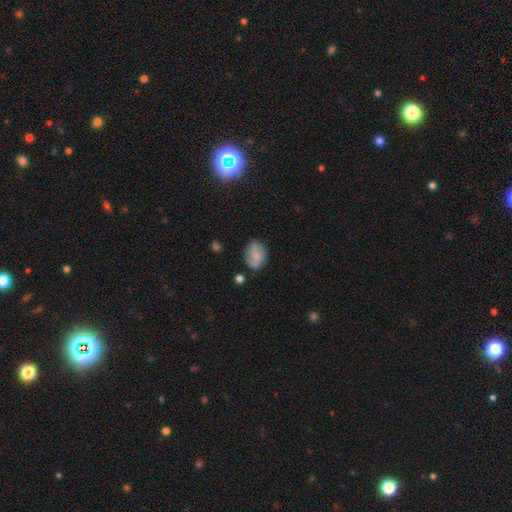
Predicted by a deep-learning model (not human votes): A smooth galaxy with no disk features (57%) that is in between round and cigar-shaped (60%). Merging: none (71%).